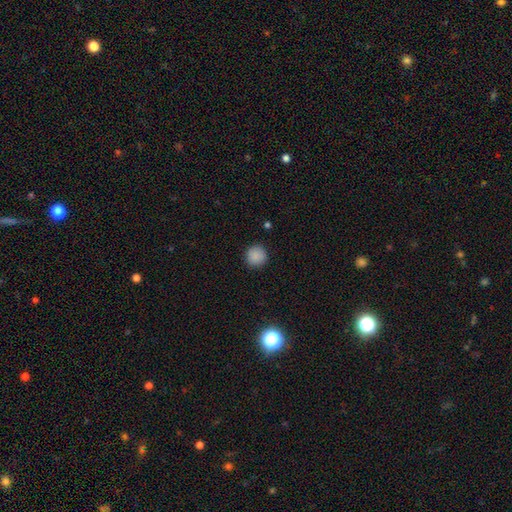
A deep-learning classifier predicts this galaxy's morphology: Smooth or featured? Predicted: smooth (p=0.87). How rounded? Predicted: round (p=0.94). Merging? Predicted: none (p=0.90).